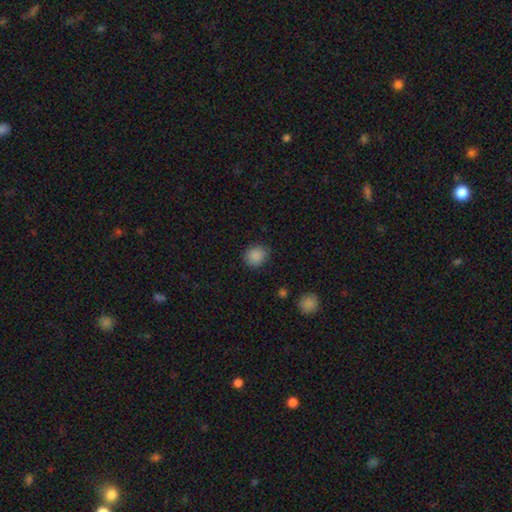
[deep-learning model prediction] This is clearly a smooth galaxy (87%). How rounded: likely round (76%). Merging: clearly none (83%).